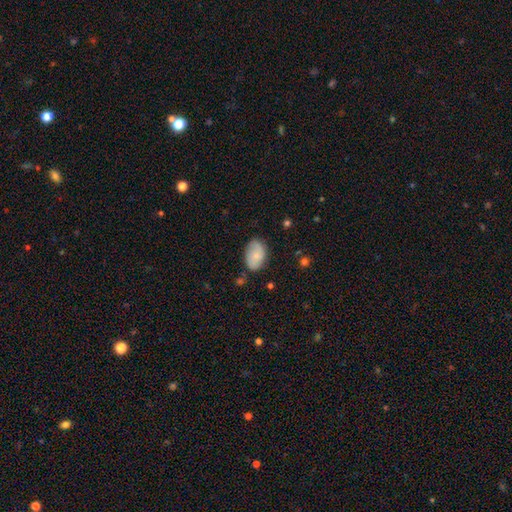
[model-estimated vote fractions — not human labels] The model was most divided on "merging": none: 74%, minor disturbance: 20%, major disturbance: 4%, merger: 2%. More confident: how rounded — in between (89%); smooth or featured — smooth (74%).